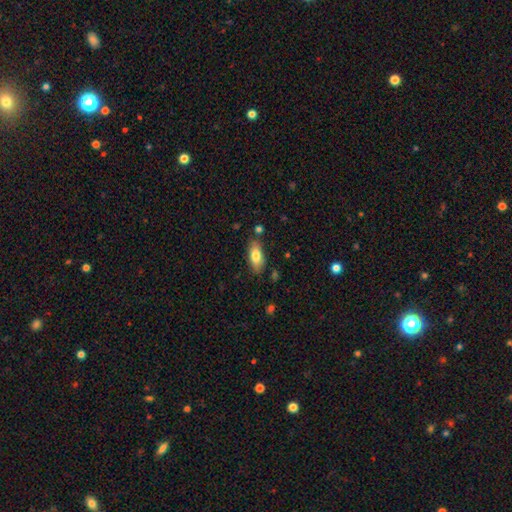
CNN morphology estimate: smooth 78%, featured or disk 15%, star or artifact 7%. Down the decision tree: how rounded — in between (83%); merging — none (80%).